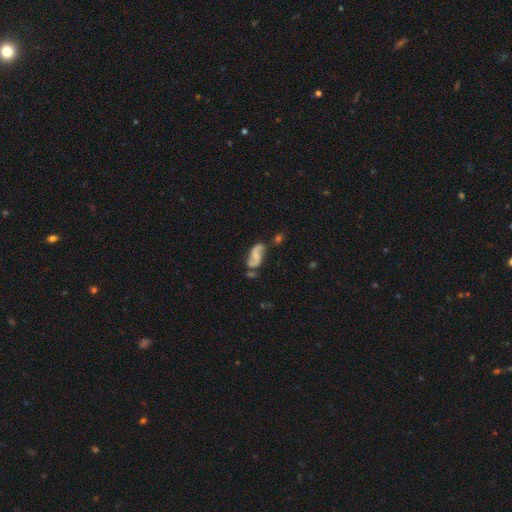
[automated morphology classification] smooth_or_featured: featured or disk (p=0.76) [alt: smooth p=0.17]
disk_edge_on: no (p=0.97) [alt: yes p=0.03]
bar: no (p=0.50) [alt: weak p=0.38]
has_spiral_arms: yes (p=0.93) [alt: no p=0.07]
spiral_winding: loose (p=0.58) [alt: medium p=0.32]
spiral_arm_count: 2 (p=0.91) [alt: can't tell p=0.04]
bulge_size: none (p=0.43) [alt: small p=0.36]
merging: none (p=0.55) [alt: minor disturbance p=0.20]